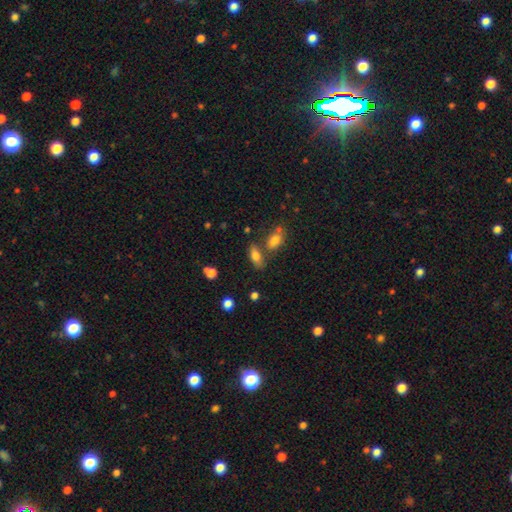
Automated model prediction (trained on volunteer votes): Overall: smooth (76%). How rounded: in between (82%). Merging: none (60%; merger 21%).